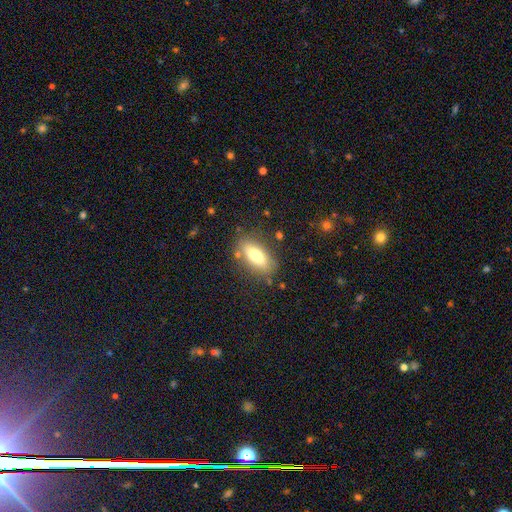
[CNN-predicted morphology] This appears to be a smooth galaxy with no disk features (73%) that is in between round and cigar-shaped (80%). Merging: none (81%).